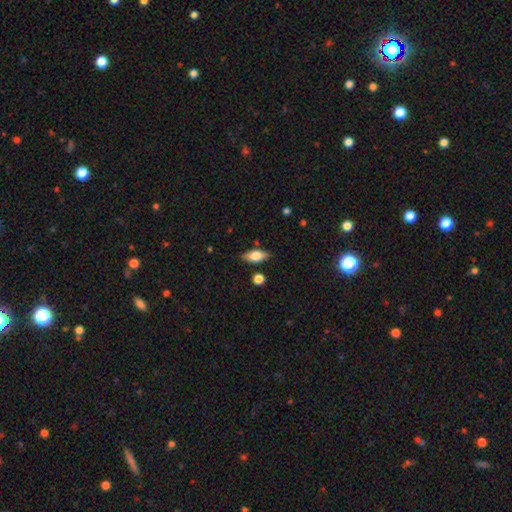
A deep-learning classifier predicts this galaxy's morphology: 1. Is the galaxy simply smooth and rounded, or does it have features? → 69% smooth, 24% featured or disk, 7% star or artifact.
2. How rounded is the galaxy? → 80% in between, 15% cigar-shaped, 4% round.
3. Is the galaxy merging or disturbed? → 83% none, 12% minor disturbance, 3% merger, 3% major disturbance.